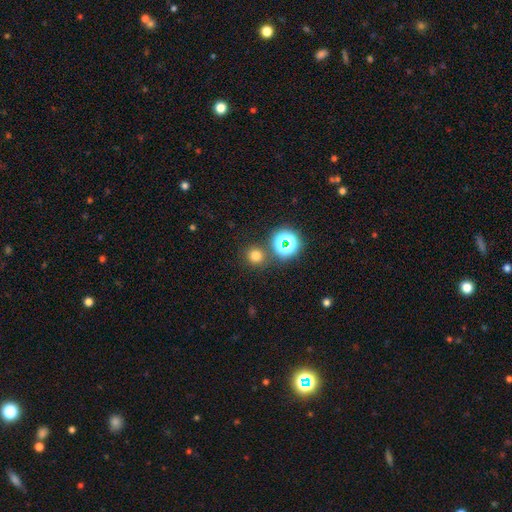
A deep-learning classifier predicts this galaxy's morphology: A smooth galaxy with no disk features (69%) that is round (92%).

Vote fractions:
- Smooth or featured? smooth: 69% / star or artifact: 25% / featured or disk: 6%
- How rounded? round: 92% / in between: 7% / cigar-shaped: 1%
- Merging? none: 82% / merger: 8% / minor disturbance: 7% / major disturbance: 3%